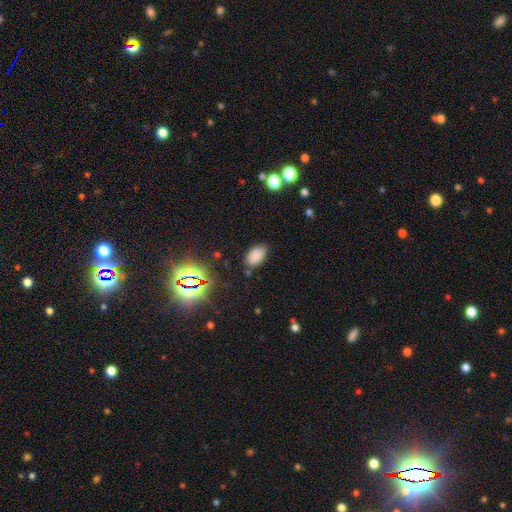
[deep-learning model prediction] smooth-or-featured: smooth: 80% | star or artifact: 14% | featured or disk: 5%
  how-rounded: in between: 92% | round: 7% | cigar-shaped: 1%
  merging: none: 81% | minor disturbance: 14% | major disturbance: 3% | merger: 2%